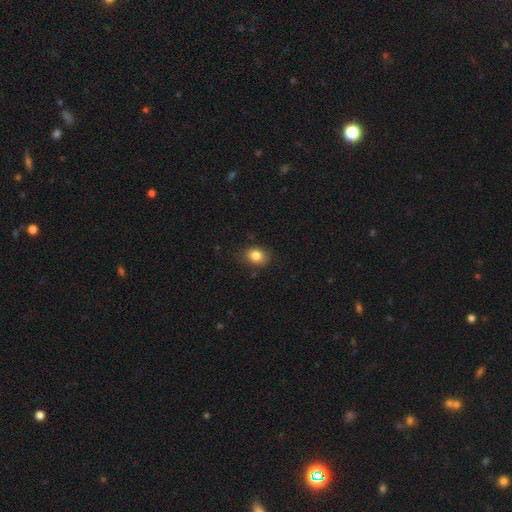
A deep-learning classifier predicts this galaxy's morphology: The model was most divided on "how rounded": in between: 52%, round: 47%, cigar-shaped: 1%. More confident: smooth or featured — smooth (84%); merging — none (81%).